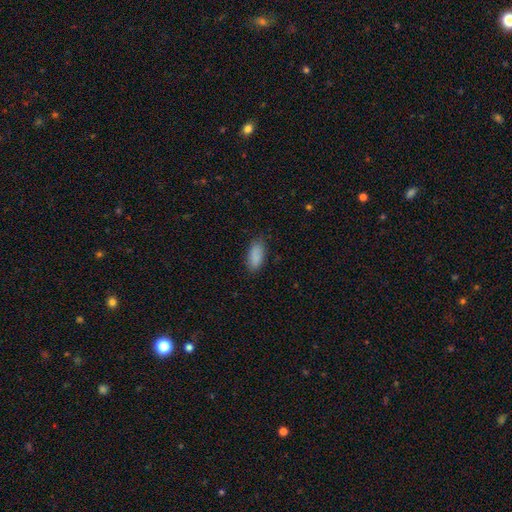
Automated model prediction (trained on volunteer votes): smooth 87%, star or artifact 7%, featured or disk 6%. Down the decision tree: how rounded — in between (88%); merging — none (78%).